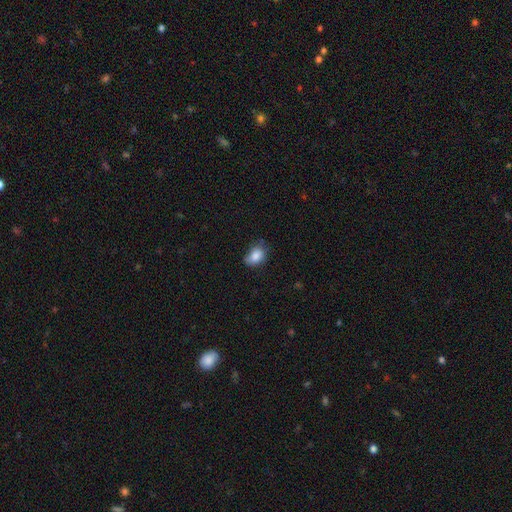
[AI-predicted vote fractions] smooth_or_featured: smooth (p=0.83) [alt: featured or disk p=0.09]
how_rounded: in between (p=0.75) [alt: round p=0.24]
merging: none (p=0.54) [alt: minor disturbance p=0.35]